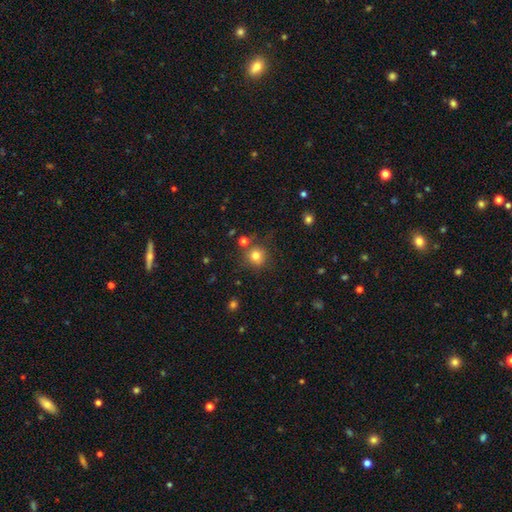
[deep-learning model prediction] Smooth or featured? smooth (80%)
How rounded? round (90%)
Merging? none (77%)